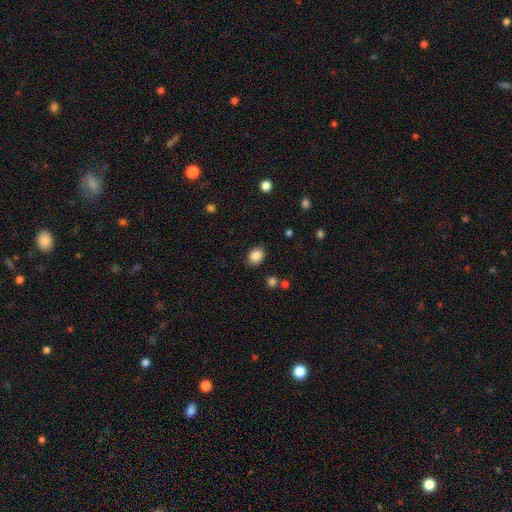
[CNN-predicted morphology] Smooth or featured?
  - smooth: 86% *
  - star or artifact: 9%
  - featured or disk: 4%
How rounded?
  - in between: 52% *
  - round: 47%
  - cigar-shaped: 1%
Merging?
  - none: 85% *
  - minor disturbance: 11%
  - major disturbance: 3%
  - merger: 2%